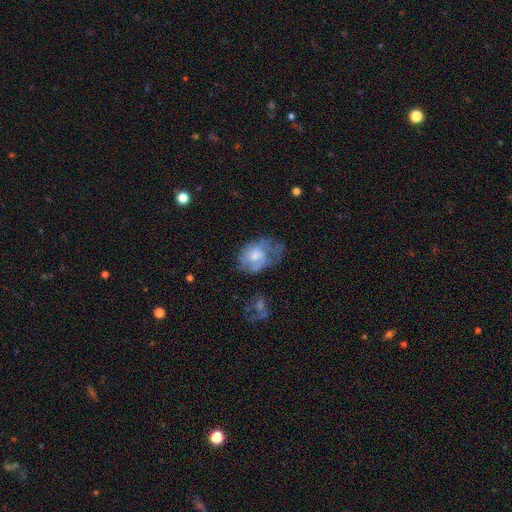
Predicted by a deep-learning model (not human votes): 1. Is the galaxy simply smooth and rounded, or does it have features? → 51% featured or disk, 41% smooth, 8% star or artifact.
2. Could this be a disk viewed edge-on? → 96% no, 4% yes.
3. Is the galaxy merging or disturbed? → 37% none, 30% major disturbance, 29% minor disturbance, 3% merger.